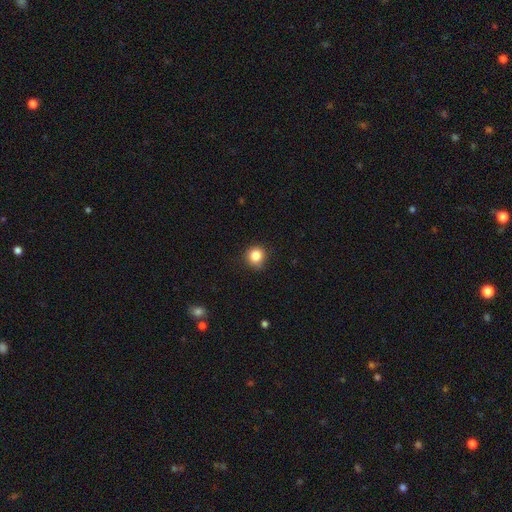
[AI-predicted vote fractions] smooth 84%, star or artifact 11%, featured or disk 5%. Down the decision tree: how rounded — round (90%); merging — none (86%).